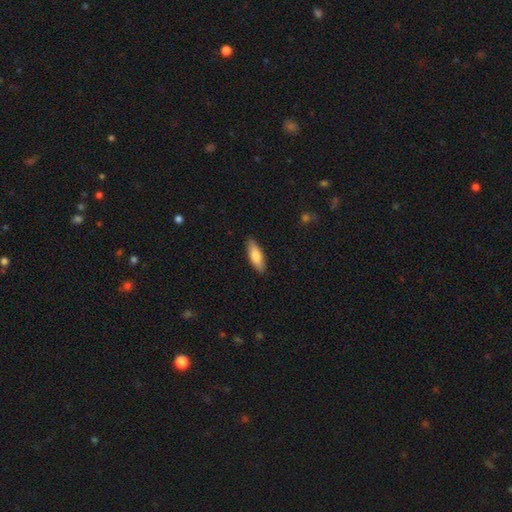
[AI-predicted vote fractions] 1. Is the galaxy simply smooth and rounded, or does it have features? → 78% smooth, 17% featured or disk, 5% star or artifact.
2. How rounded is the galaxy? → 54% in between, 44% cigar-shaped, 2% round.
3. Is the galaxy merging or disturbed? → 88% none, 9% minor disturbance, 2% major disturbance, 1% merger.